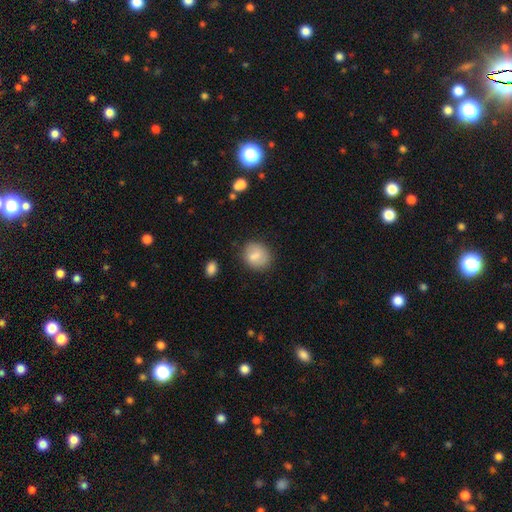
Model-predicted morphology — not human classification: Q: Smooth or featured?
A: smooth (79%); runner-up: featured or disk (13%)
Q: How rounded?
A: round (64%); runner-up: in between (35%)
Q: Merging?
A: none (75%); runner-up: minor disturbance (16%)